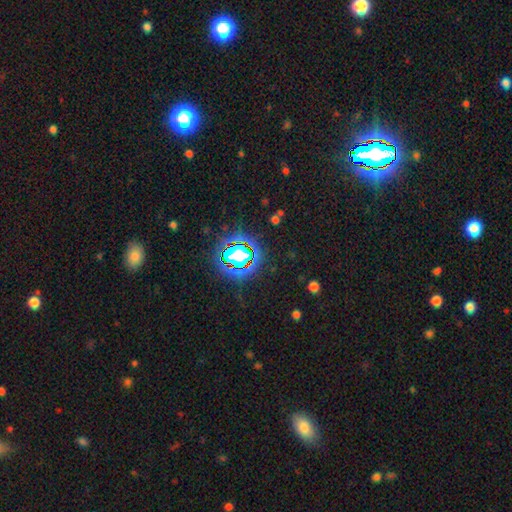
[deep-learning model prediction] smooth_or_featured: star or artifact (p=0.80) [alt: smooth p=0.12]